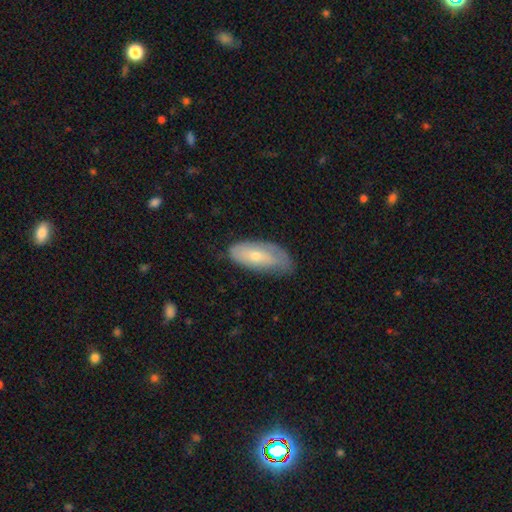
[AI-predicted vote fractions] Smooth or featured: smooth — 54% (featured or disk — 40%)
How rounded: in between — 84% (cigar-shaped — 14%)
Merging: none — 60% (minor disturbance — 30%)